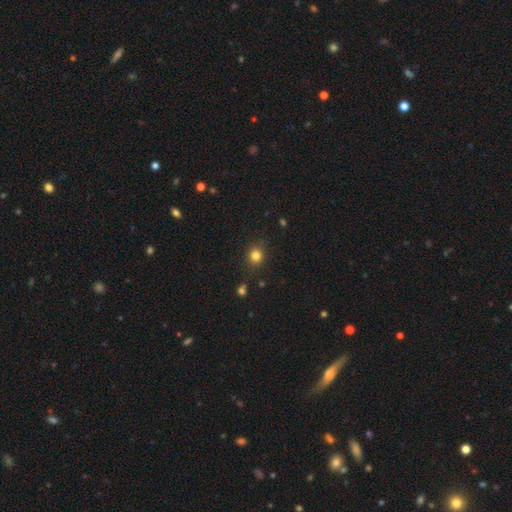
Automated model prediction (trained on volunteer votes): Smooth or featured? smooth (81%)
How rounded? round (83%)
Merging? none (85%)